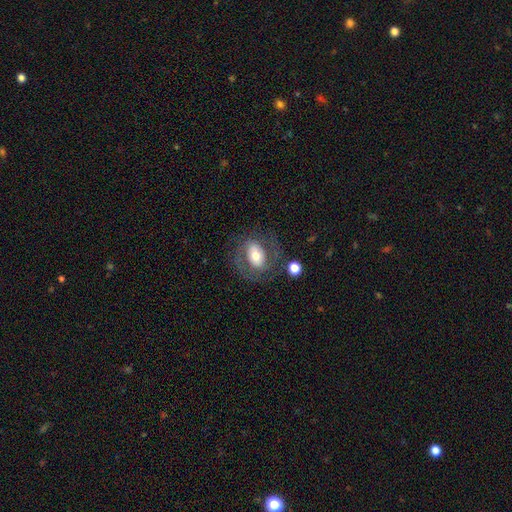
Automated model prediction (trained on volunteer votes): This is possibly a featured or disk galaxy (51%). It is clearly not viewed edge-on (94%). Merging: likely none (64%).